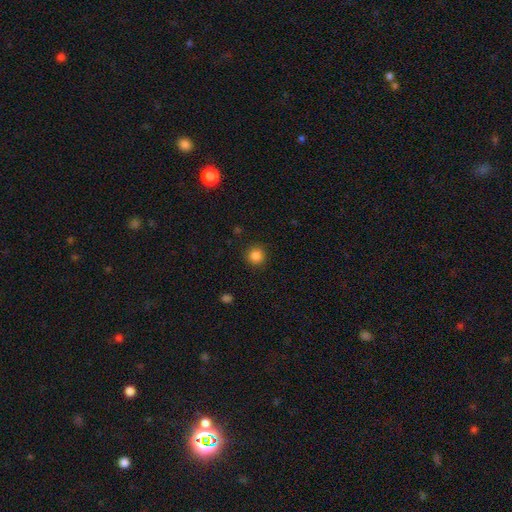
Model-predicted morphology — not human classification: Q: Smooth or featured?
A: smooth (85%); runner-up: star or artifact (11%)
Q: How rounded?
A: round (94%); runner-up: in between (5%)
Q: Merging?
A: none (91%); runner-up: minor disturbance (6%)